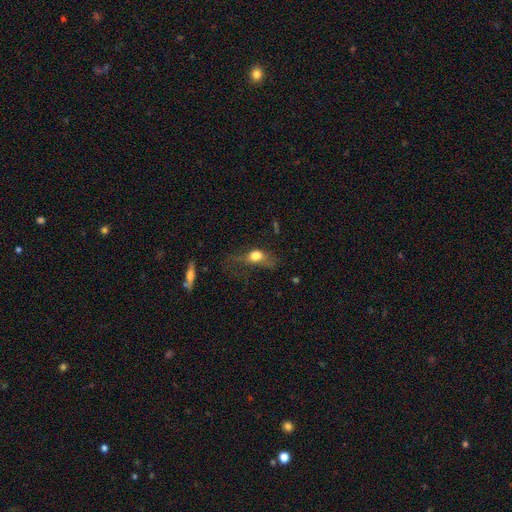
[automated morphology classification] Overall: smooth (66%). How rounded: in between (68%). Merging: major disturbance (51%; none 25%).